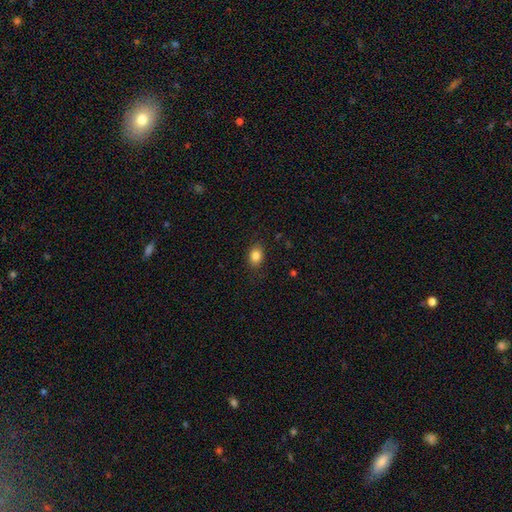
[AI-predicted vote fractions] Smooth or featured?
  - smooth: 84% *
  - star or artifact: 10%
  - featured or disk: 6%
How rounded?
  - in between: 69% *
  - round: 30%
  - cigar-shaped: 1%
Merging?
  - none: 85% *
  - minor disturbance: 11%
  - major disturbance: 3%
  - merger: 1%